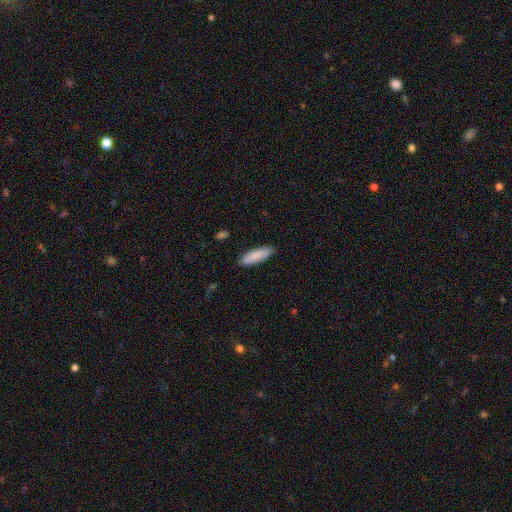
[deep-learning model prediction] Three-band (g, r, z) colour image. It shows a smooth galaxy with no disk features (89%) that is cigar-shaped (55%). Merging: none (89%).